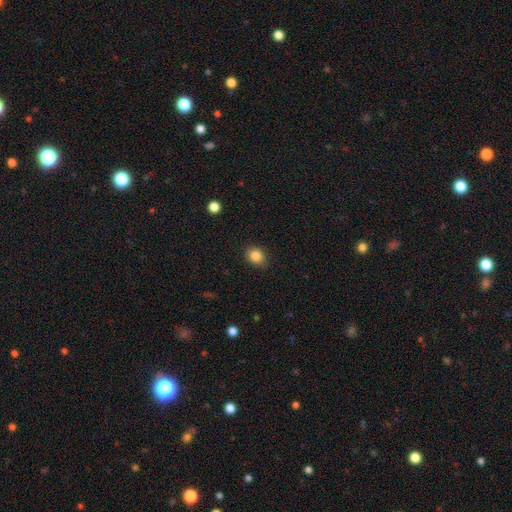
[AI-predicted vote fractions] The model was most divided on "how rounded": round: 68%, in between: 31%, cigar-shaped: 1%. More confident: merging — none (86%); smooth or featured — smooth (85%).